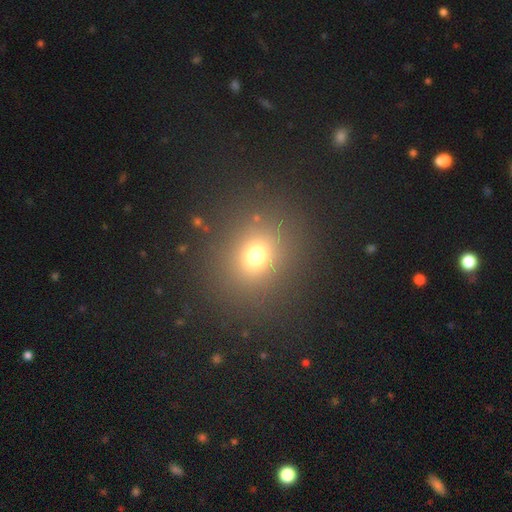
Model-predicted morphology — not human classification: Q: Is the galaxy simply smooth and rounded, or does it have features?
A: smooth — 69%.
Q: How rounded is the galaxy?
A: round — 74%.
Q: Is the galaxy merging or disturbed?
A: none — 84%.